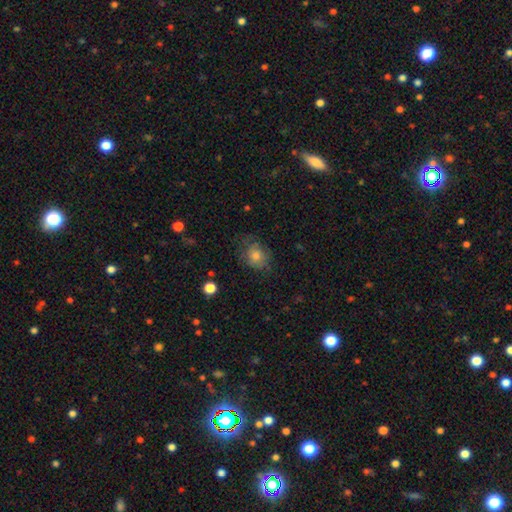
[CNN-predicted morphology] smooth 68%, featured or disk 19%, star or artifact 13%. Down the decision tree: how rounded — round (58%); merging — none (68%).